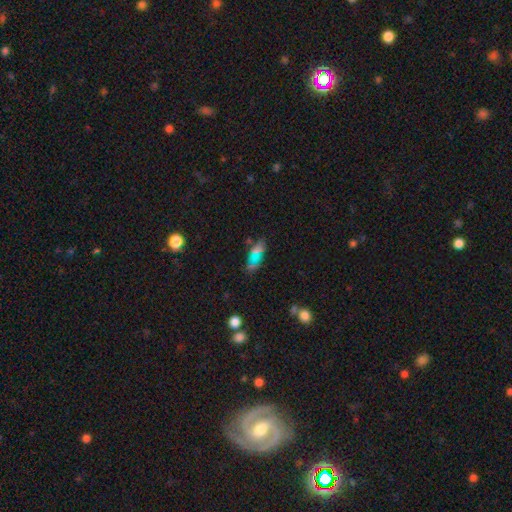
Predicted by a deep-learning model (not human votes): Q: Smooth or featured?
A: smooth (53%); runner-up: star or artifact (29%)
Q: How rounded?
A: in between (75%); runner-up: cigar-shaped (17%)
Q: Merging?
A: none (66%); runner-up: minor disturbance (19%)